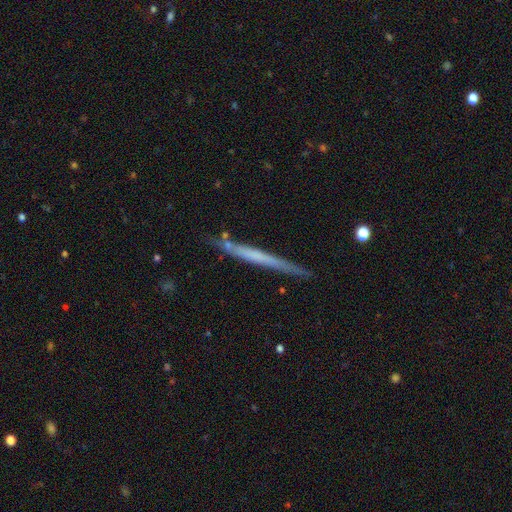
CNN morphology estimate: Smooth or featured? Predicted: featured or disk (p=0.49). Merging? Predicted: none (p=0.80).